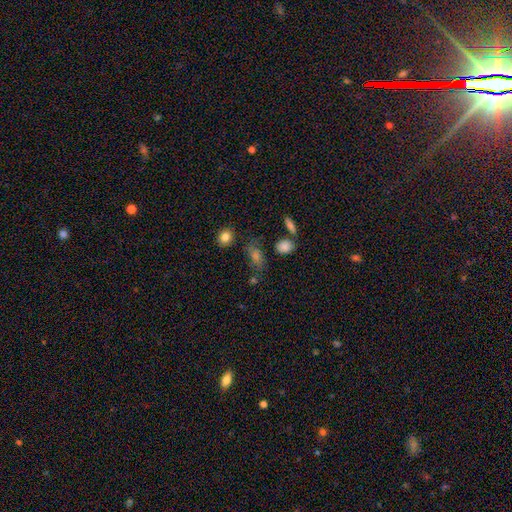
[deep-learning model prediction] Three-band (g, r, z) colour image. It shows a smooth galaxy with no disk features (61%) that is in between round and cigar-shaped (62%). Merging: none (62%).